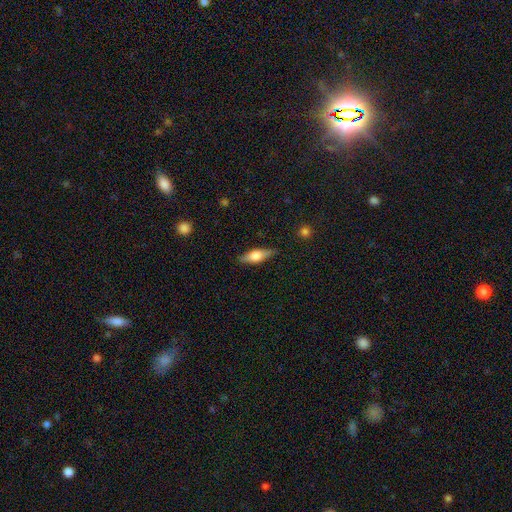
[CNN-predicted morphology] Smooth or featured?
  - smooth: 48% *
  - featured or disk: 45%
  - star or artifact: 7%
Merging?
  - none: 84% *
  - minor disturbance: 12%
  - major disturbance: 3%
  - merger: 1%